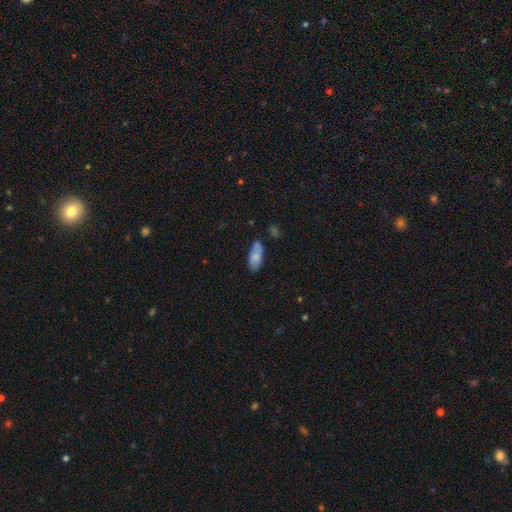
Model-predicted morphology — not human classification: Smooth or featured: smooth — 75% (featured or disk — 18%)
How rounded: in between — 82% (cigar-shaped — 16%)
Merging: none — 68% (minor disturbance — 22%)